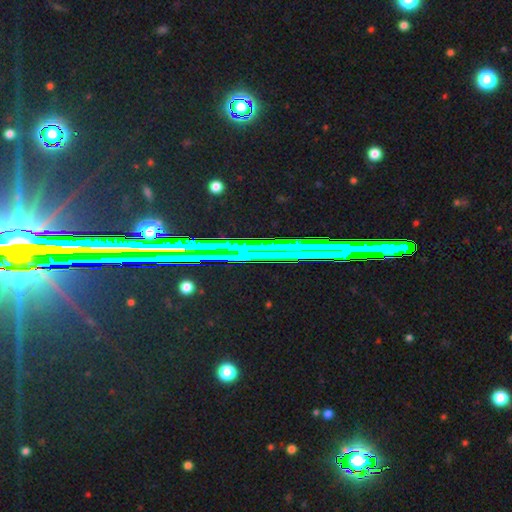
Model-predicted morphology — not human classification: Smooth or featured? star or artifact (78%)